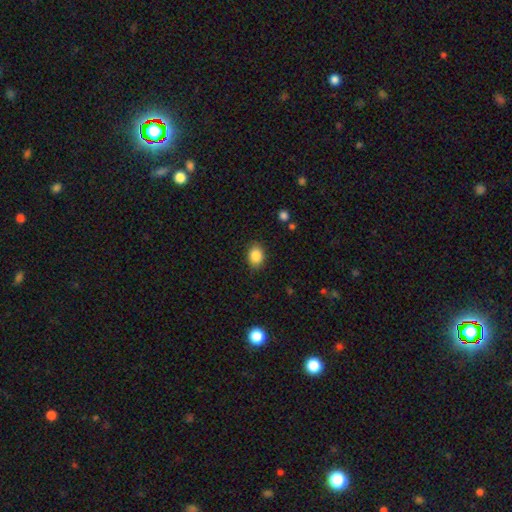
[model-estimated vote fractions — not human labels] Smooth or featured: smooth — 86% (star or artifact — 9%)
How rounded: in between — 63% (round — 35%)
Merging: none — 86% (minor disturbance — 10%)